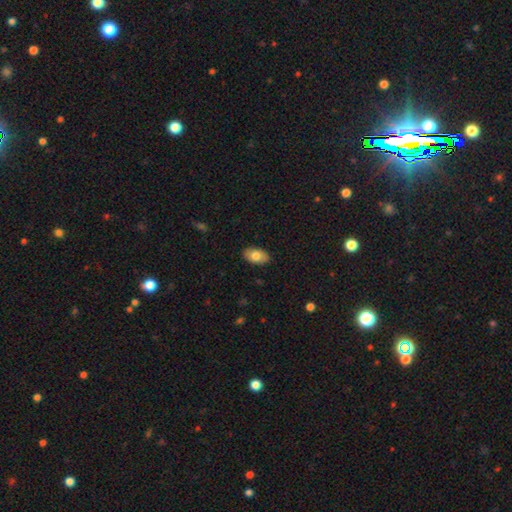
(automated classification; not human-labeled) A smooth galaxy with no disk features (76%) that is in between round and cigar-shaped (93%). Merging: none (88%).